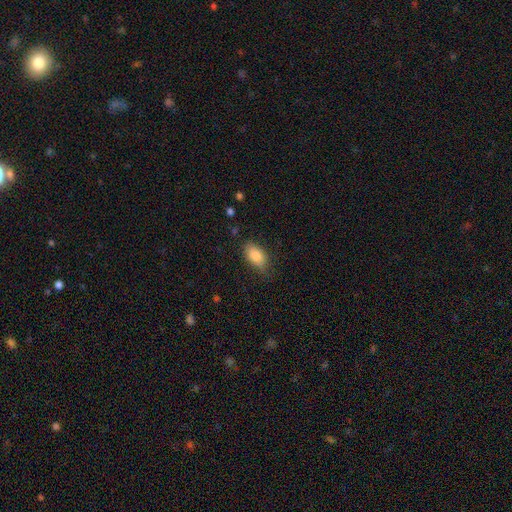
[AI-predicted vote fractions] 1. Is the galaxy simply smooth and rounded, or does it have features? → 86% smooth, 7% star or artifact, 7% featured or disk.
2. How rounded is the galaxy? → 91% in between, 5% round, 4% cigar-shaped.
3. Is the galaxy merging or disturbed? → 74% none, 20% minor disturbance, 5% major disturbance, 1% merger.